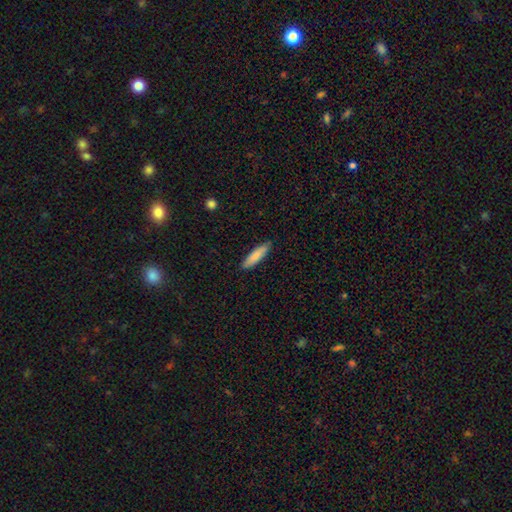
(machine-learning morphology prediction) Q: Smooth or featured?
A: smooth (82%); runner-up: featured or disk (12%)
Q: How rounded?
A: cigar-shaped (72%); runner-up: in between (27%)
Q: Merging?
A: none (88%); runner-up: minor disturbance (9%)